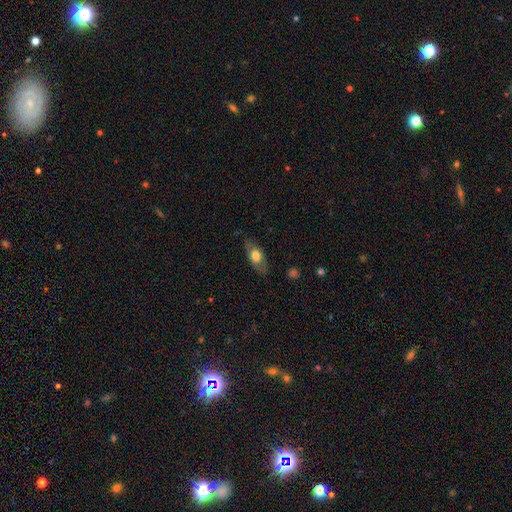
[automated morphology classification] smooth-or-featured: smooth: 64% | featured or disk: 30% | star or artifact: 6%
  how-rounded: in between: 82% | cigar-shaped: 12% | round: 6%
  merging: none: 78% | minor disturbance: 16% | major disturbance: 4% | merger: 1%